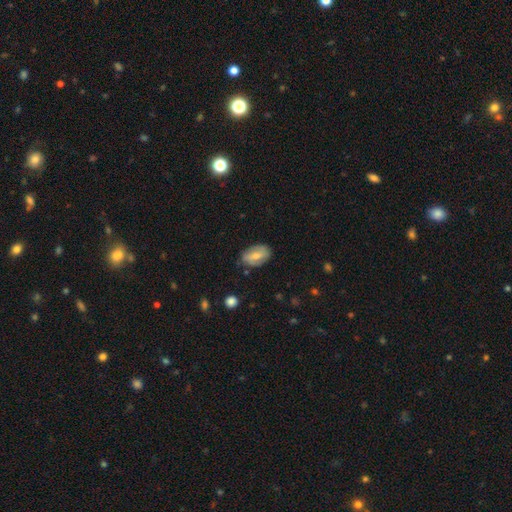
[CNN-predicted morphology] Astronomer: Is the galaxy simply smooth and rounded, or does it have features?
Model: smooth — 53% (runner-up: featured or disk, 40%).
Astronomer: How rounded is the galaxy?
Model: in between — 89%.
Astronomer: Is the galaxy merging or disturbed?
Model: none — 74%.